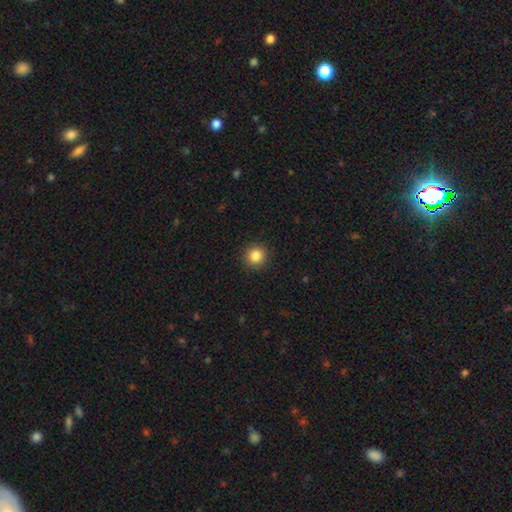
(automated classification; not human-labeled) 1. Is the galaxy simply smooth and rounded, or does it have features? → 86% smooth, 10% star or artifact, 4% featured or disk.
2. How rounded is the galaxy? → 94% round, 5% in between, 1% cigar-shaped.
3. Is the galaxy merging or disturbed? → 91% none, 6% minor disturbance, 2% major disturbance, 1% merger.